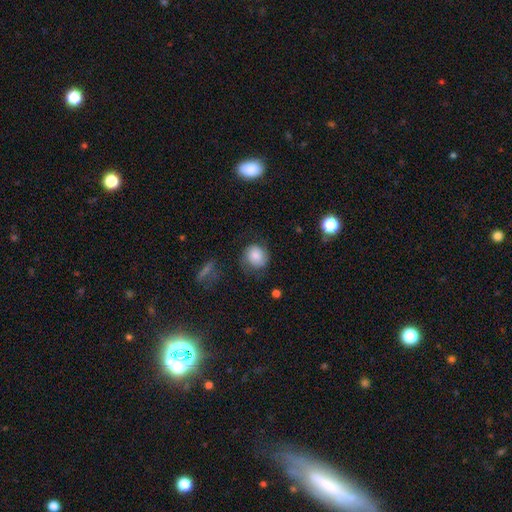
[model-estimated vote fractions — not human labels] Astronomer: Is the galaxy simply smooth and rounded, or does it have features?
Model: smooth — 67%.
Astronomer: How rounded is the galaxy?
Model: round — 80%.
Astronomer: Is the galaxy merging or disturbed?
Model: none — 67%.